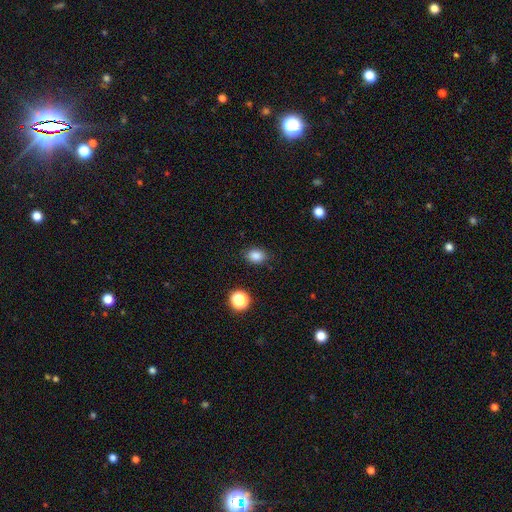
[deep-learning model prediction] Smooth or featured? Predicted: smooth (p=0.84). How rounded? Predicted: in between (p=0.69). Merging? Predicted: none (p=0.86).